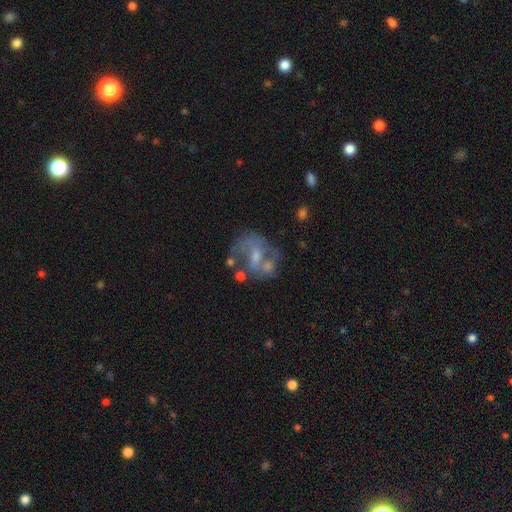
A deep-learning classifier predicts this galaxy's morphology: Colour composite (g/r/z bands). It shows a featured or disk galaxy (65%) with no bar (49%), no spiral arms (54%) and a small central bulge (41%). Merging: none (42%).